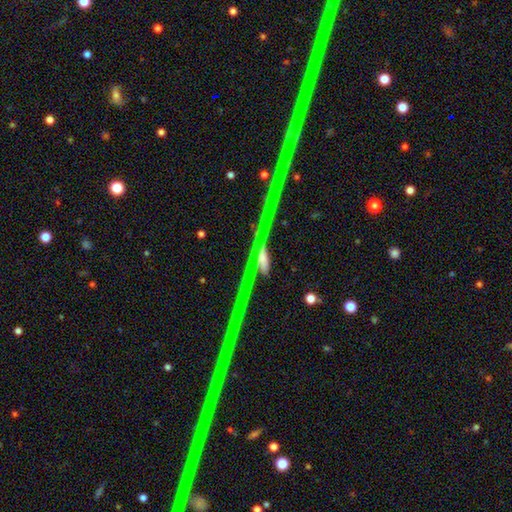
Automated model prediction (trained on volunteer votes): smooth_or_featured: star or artifact (p=0.82) [alt: featured or disk p=0.12]